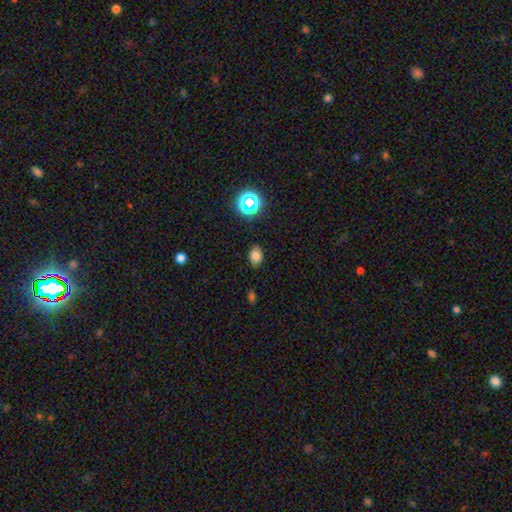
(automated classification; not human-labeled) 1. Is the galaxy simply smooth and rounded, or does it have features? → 76% smooth, 16% star or artifact, 8% featured or disk.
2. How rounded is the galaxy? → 73% in between, 26% round, 1% cigar-shaped.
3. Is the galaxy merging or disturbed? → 84% none, 12% minor disturbance, 3% major disturbance, 1% merger.